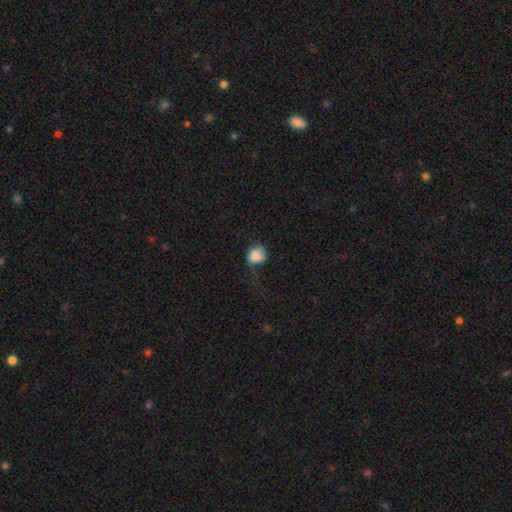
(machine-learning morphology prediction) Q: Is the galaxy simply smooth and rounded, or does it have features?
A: smooth — 80%.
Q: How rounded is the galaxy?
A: round — 59%.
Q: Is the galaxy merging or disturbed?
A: none — 36%.